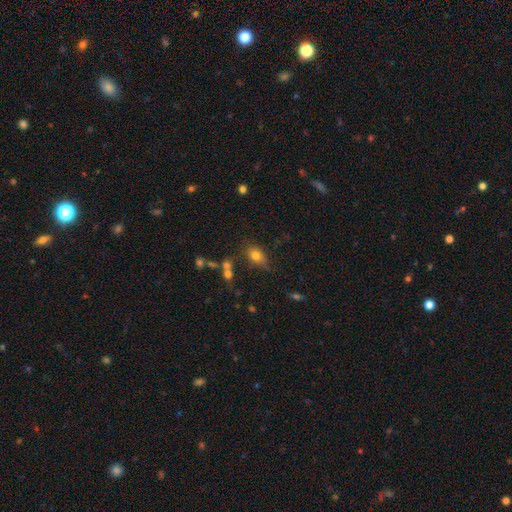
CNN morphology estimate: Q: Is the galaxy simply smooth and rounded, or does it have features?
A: smooth — 77%.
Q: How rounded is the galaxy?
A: in between — 73%.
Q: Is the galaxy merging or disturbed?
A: none — 60%.